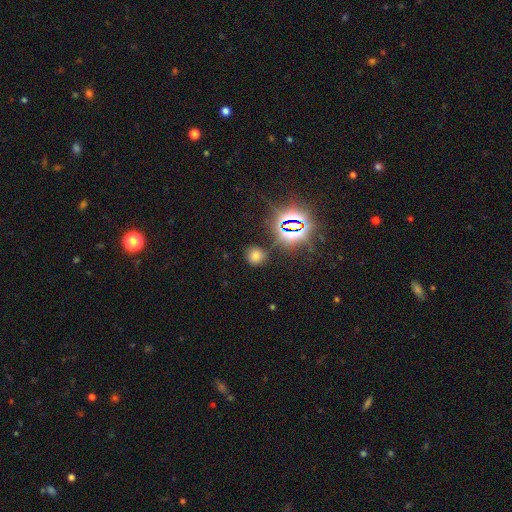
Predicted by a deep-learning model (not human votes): smooth 62%, star or artifact 30%, featured or disk 7%. Down the decision tree: how rounded — round (86%); merging — none (83%).